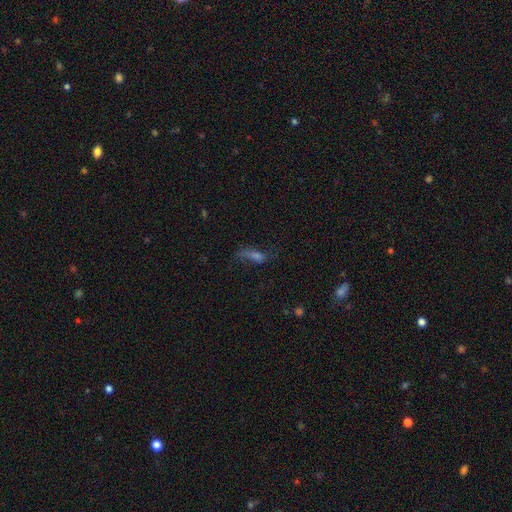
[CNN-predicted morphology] Q: Smooth or featured?
A: featured or disk (44%); runner-up: smooth (36%)
Q: Merging?
A: none (51%); runner-up: major disturbance (23%)